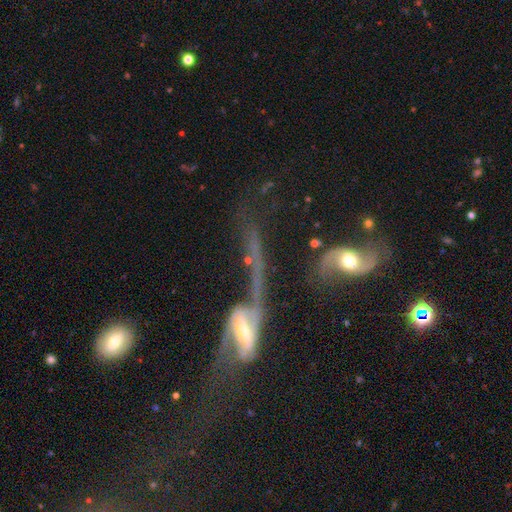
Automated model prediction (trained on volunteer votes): smooth_or_featured: featured or disk (p=0.71) [alt: smooth p=0.16]
disk_edge_on: no (p=0.81) [alt: yes p=0.19]
bar: no (p=0.44) [alt: weak p=0.36]
has_spiral_arms: yes (p=0.76) [alt: no p=0.24]
bulge_size: moderate (p=0.42) [alt: small p=0.41]
merging: merger (p=0.36) [alt: major disturbance p=0.34]